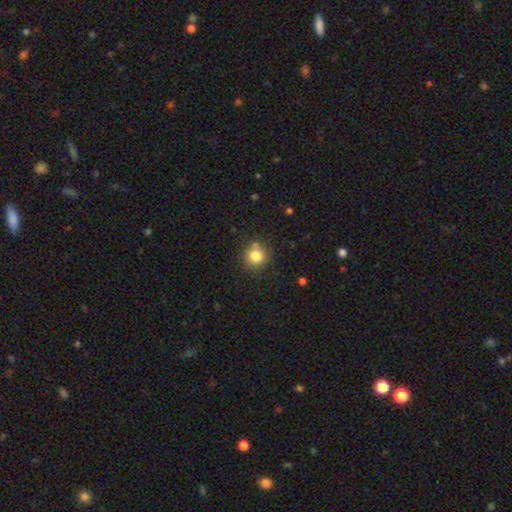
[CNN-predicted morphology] This appears to be a smooth galaxy with no disk features (81%) that is round (92%). Merging: none (80%).